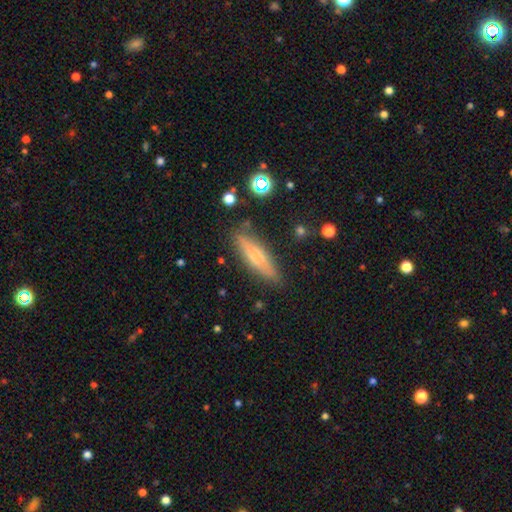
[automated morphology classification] The model was most divided on "smooth or featured": smooth: 59%, featured or disk: 32%, star or artifact: 9%. More confident: merging — none (79%); how rounded — cigar-shaped (68%).